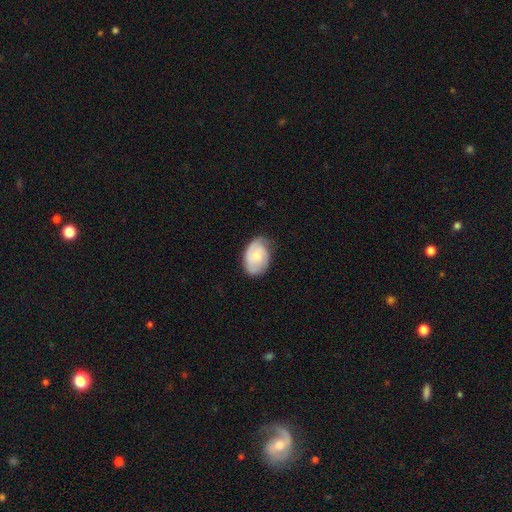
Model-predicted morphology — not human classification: The model was most divided on "smooth or featured": smooth: 52%, featured or disk: 41%, star or artifact: 6%. More confident: how rounded — in between (83%); merging — none (64%).